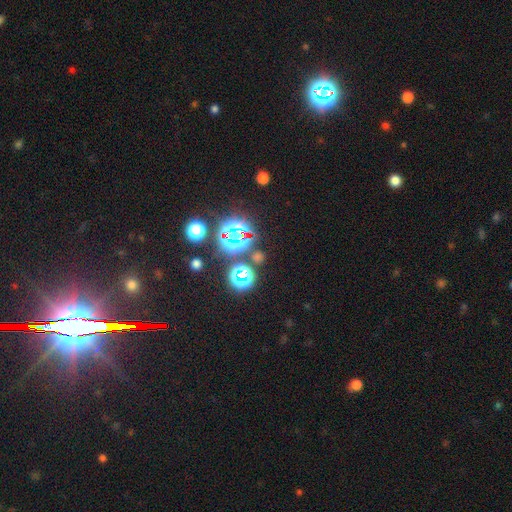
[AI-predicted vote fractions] Smooth or featured: star or artifact — 75% (smooth — 17%)